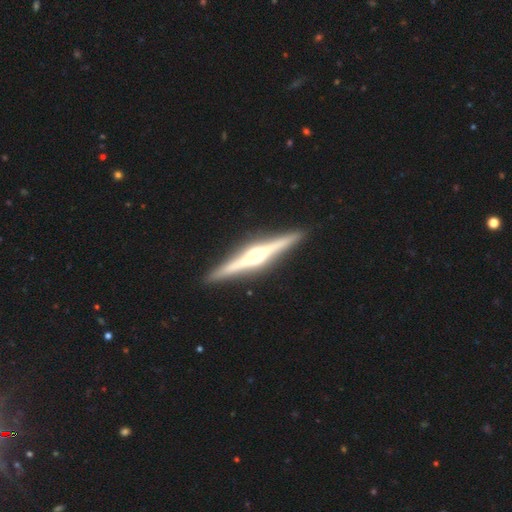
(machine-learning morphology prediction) A featured or disk galaxy (85%) viewed edge-on (98%) with a rounded central bulge (92%). Merging: none (92%).